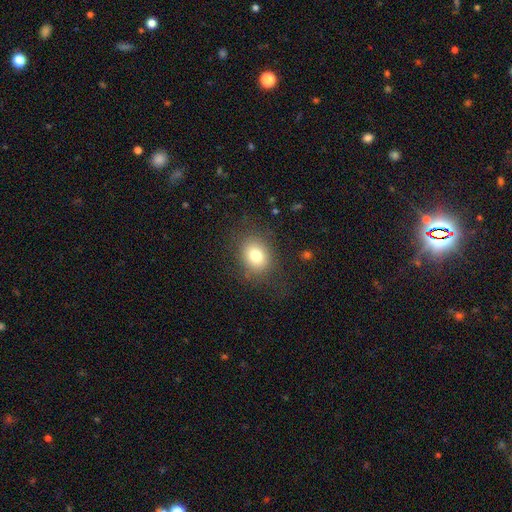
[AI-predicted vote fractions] Smooth or featured: smooth — 78% (star or artifact — 11%)
How rounded: round — 54% (in between — 45%)
Merging: none — 79% (minor disturbance — 13%)